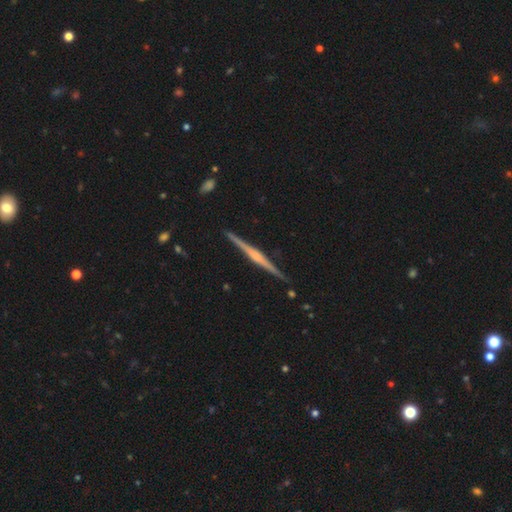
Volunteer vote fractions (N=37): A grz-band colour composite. It shows a featured or disk galaxy (86%) viewed edge-on (100%) with a rounded central bulge (84%). Merging: none (100%).